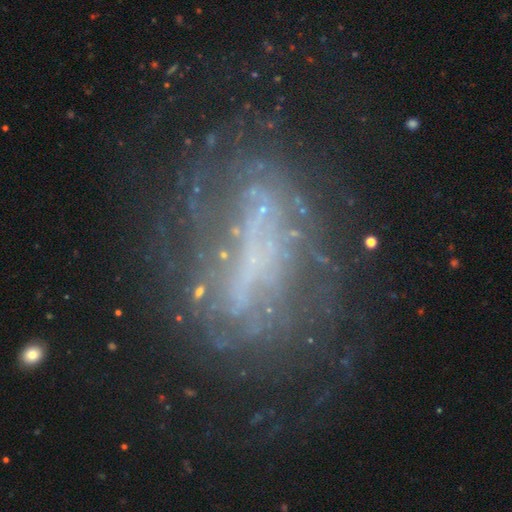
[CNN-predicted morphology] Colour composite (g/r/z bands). It shows a featured or disk galaxy (70%) with no bar (41%), spiral arms (53%) and no central bulge (68%). Merging: none (55%).